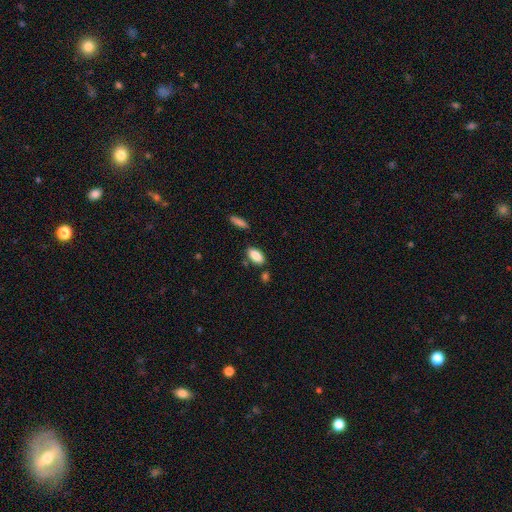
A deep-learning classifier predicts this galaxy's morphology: Smooth or featured?
  - smooth: 87% *
  - star or artifact: 7%
  - featured or disk: 6%
How rounded?
  - in between: 89% *
  - cigar-shaped: 9%
  - round: 3%
Merging?
  - none: 79% *
  - minor disturbance: 12%
  - merger: 6%
  - major disturbance: 3%